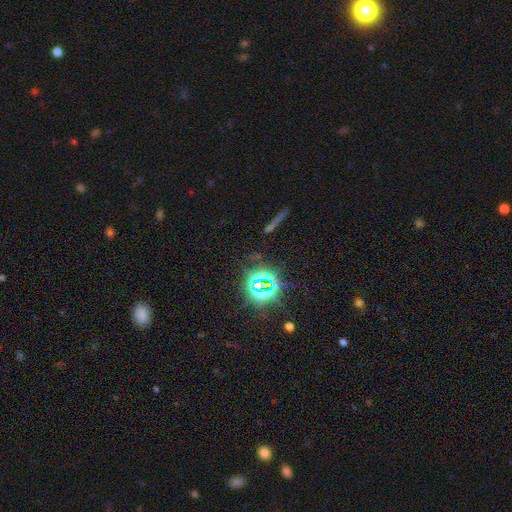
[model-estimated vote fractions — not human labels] This is likely a star or artifact rather than a galaxy (66%).